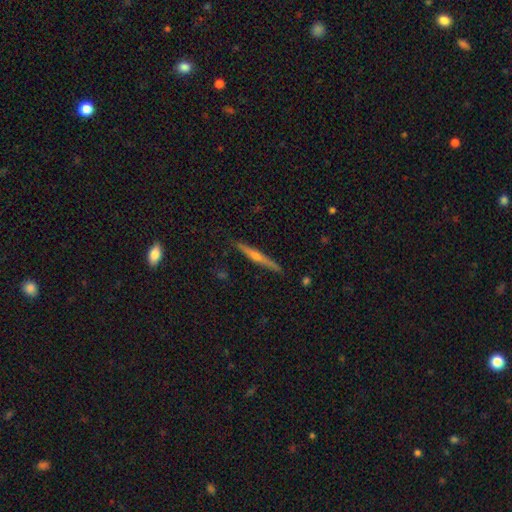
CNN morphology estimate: The model was most divided on "smooth or featured": featured or disk: 73%, smooth: 20%, star or artifact: 8%. More confident: edge-on disk — yes (97%); merging — none (88%); edge-on bulge — rounded (82%).